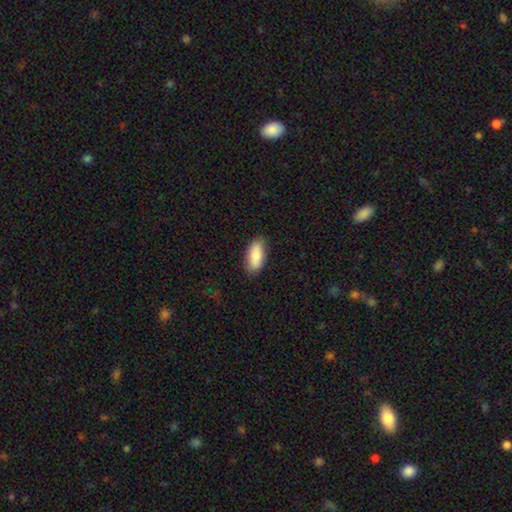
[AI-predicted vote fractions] Smooth or featured?
  - smooth: 89% *
  - star or artifact: 6%
  - featured or disk: 5%
How rounded?
  - in between: 85% *
  - cigar-shaped: 13%
  - round: 2%
Merging?
  - none: 84% *
  - minor disturbance: 12%
  - major disturbance: 3%
  - merger: 1%